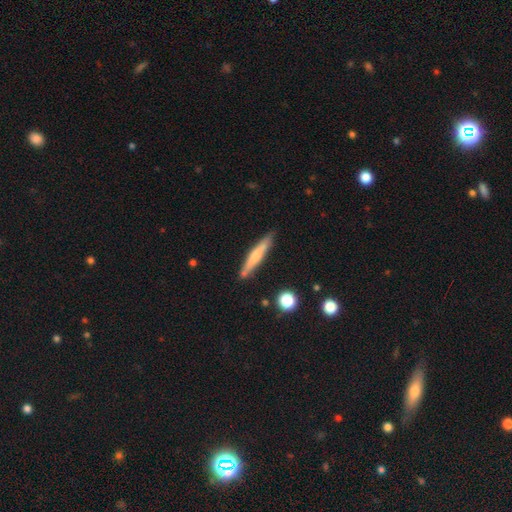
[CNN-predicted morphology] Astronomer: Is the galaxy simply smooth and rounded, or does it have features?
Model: smooth — 55% (runner-up: featured or disk, 39%).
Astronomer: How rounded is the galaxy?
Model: cigar-shaped — 93%.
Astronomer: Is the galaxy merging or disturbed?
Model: none — 82%.